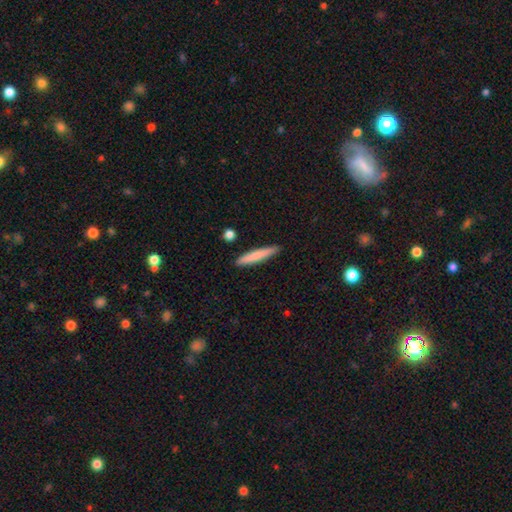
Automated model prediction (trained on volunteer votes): smooth-or-featured: smooth: 75% | featured or disk: 20% | star or artifact: 6%
  how-rounded: cigar-shaped: 94% | in between: 5% | round: 1%
  merging: none: 89% | minor disturbance: 7% | merger: 2% | major disturbance: 1%